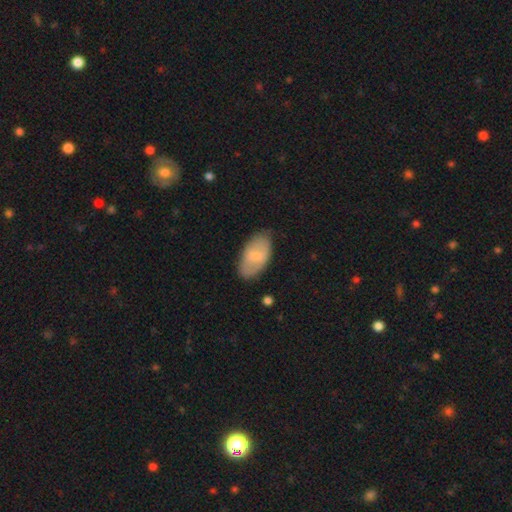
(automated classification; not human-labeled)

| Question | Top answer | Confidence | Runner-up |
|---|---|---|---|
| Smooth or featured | smooth | 64% | featured or disk (30%) |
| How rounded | in between | 94% | round (4%) |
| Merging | none | 76% | minor disturbance (19%) |